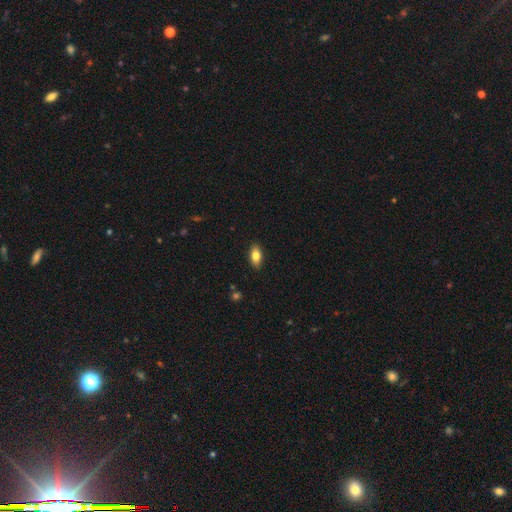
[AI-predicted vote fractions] Morphology: type=smooth (80%); roundness=in between (89%); merging=none (88%).